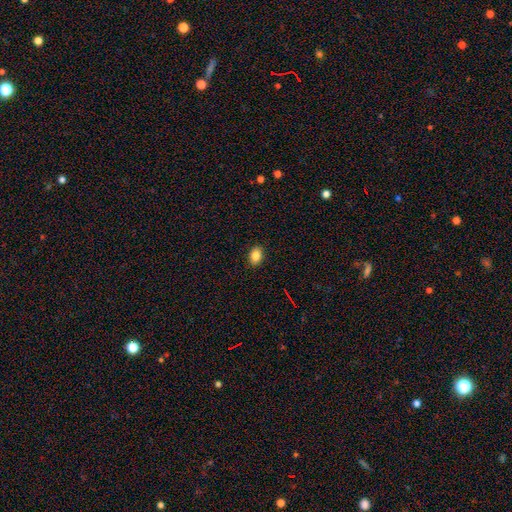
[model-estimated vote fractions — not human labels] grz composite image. It shows a smooth galaxy with no disk features (85%) that is in between round and cigar-shaped (77%). Merging: none (89%).